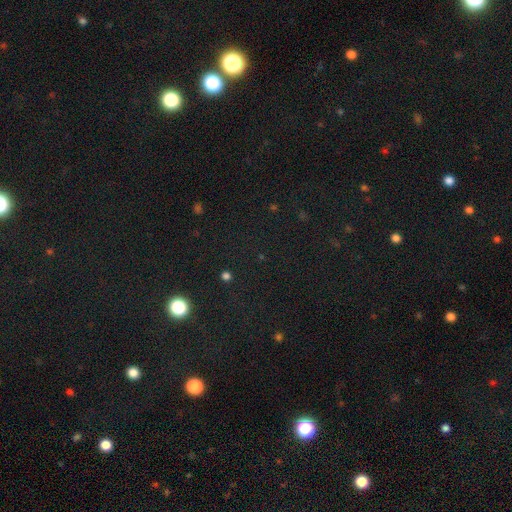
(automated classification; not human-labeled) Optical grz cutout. It shows a star or artifact, not a galaxy (72%).